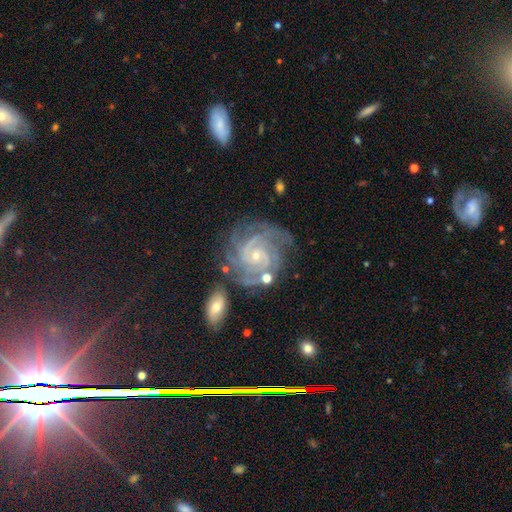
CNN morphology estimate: featured or disk 90%, star or artifact 6%, smooth 4%. Down the decision tree: edge-on disk — no (98%); bar — no (66%); spiral arms — yes (98%); spiral arm count — 3 (29%); spiral winding — tight (73%); bulge size — small (79%); merging — none (65%).